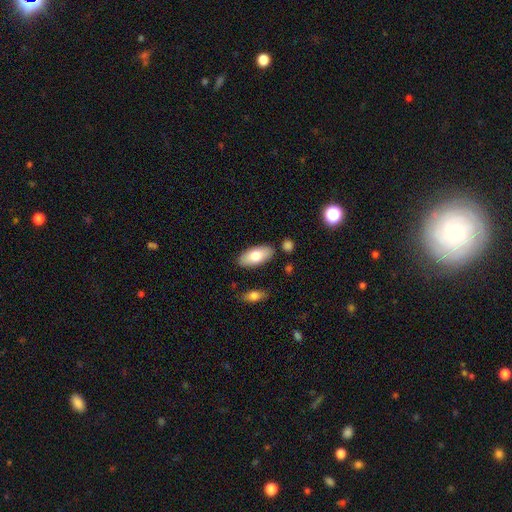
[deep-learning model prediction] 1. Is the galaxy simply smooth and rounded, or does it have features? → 78% smooth, 16% featured or disk, 6% star or artifact.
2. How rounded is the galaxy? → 89% in between, 8% cigar-shaped, 2% round.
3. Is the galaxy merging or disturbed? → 84% none, 11% minor disturbance, 3% merger, 2% major disturbance.